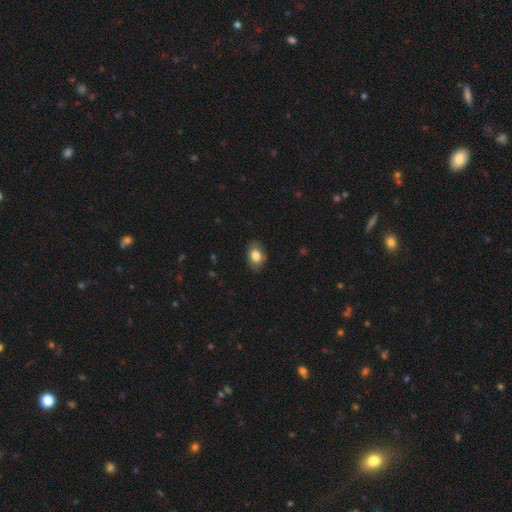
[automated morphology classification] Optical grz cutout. It shows a smooth galaxy with no disk features (82%) that is in between round and cigar-shaped (82%). Merging: none (83%).